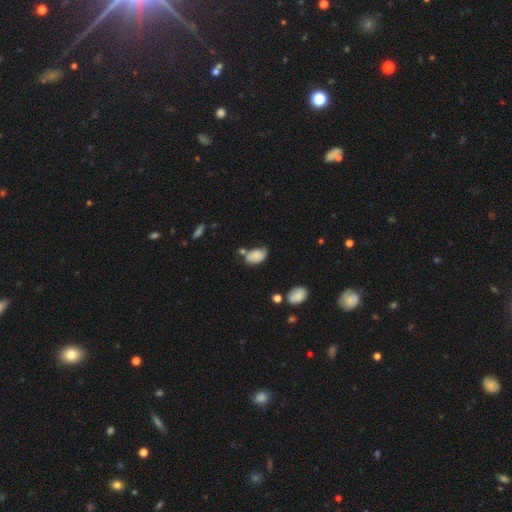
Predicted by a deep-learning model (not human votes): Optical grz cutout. It shows a smooth galaxy with no disk features (80%) that is in between round and cigar-shaped (90%). Merging: none (48%).